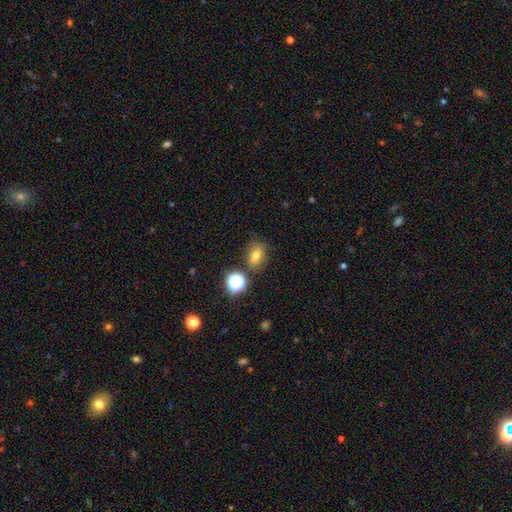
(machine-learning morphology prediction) A smooth galaxy with no disk features (73%) that is in between round and cigar-shaped (57%). Merging: none (74%).